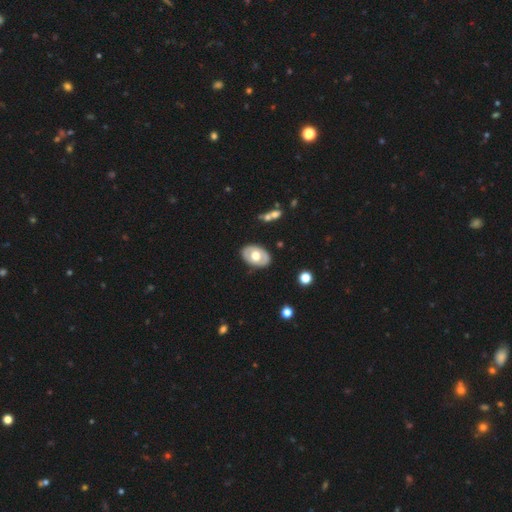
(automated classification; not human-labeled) smooth 48%, featured or disk 46%, star or artifact 6%. Down the decision tree: merging — none (84%).